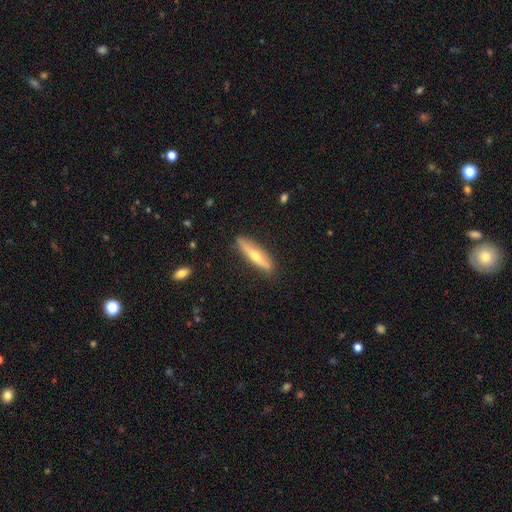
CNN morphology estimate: Smooth or featured? Predicted: featured or disk (p=0.56). Edge-on disk? Predicted: yes (p=0.89). Edge-on bulge? Predicted: rounded (p=0.91). Merging? Predicted: none (p=0.88).